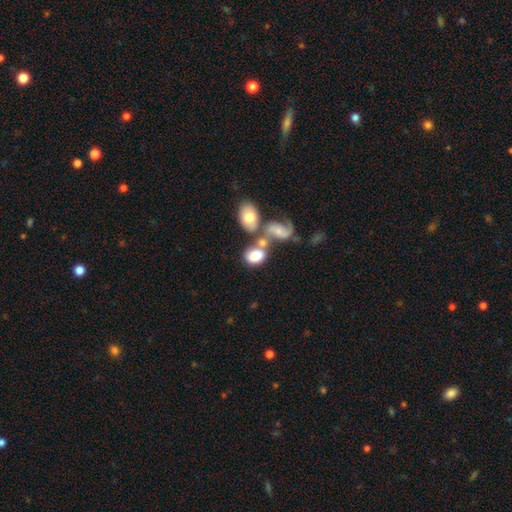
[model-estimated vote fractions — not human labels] This appears to be a smooth galaxy with no disk features (68%) that is in between round and cigar-shaped (78%). Merging: merger (49%).